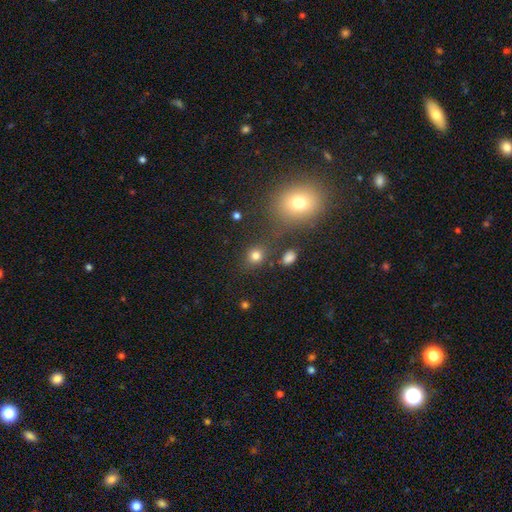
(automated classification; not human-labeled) Smooth or featured: smooth — 79% (star or artifact — 15%)
How rounded: round — 77% (in between — 22%)
Merging: none — 77% (minor disturbance — 11%)